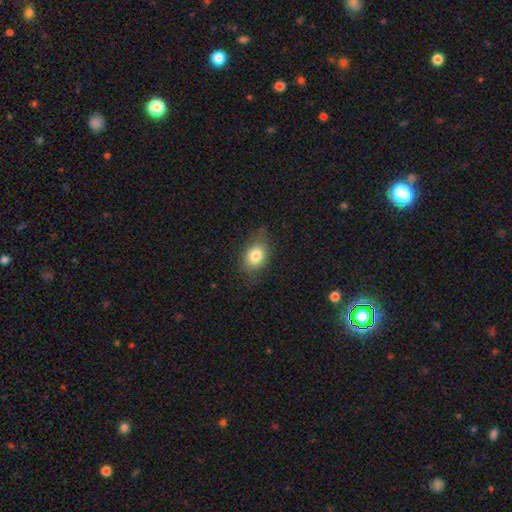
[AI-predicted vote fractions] A smooth galaxy with no disk features (80%) that is in between round and cigar-shaped (73%). Merging: none (72%).